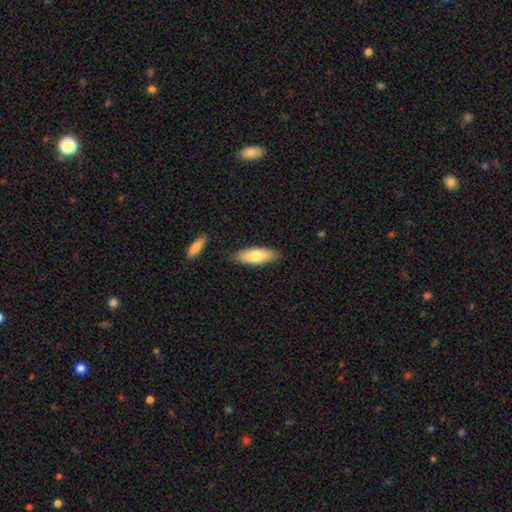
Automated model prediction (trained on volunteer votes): This appears to be a smooth galaxy with no disk features (77%) that is in between round and cigar-shaped (69%). Merging: none (81%).